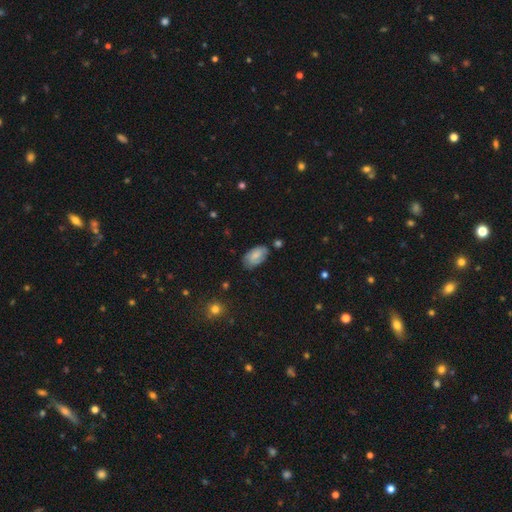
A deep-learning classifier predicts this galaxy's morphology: This appears to be a smooth galaxy with no disk features (71%) that is in between round and cigar-shaped (94%). Merging: none (67%).